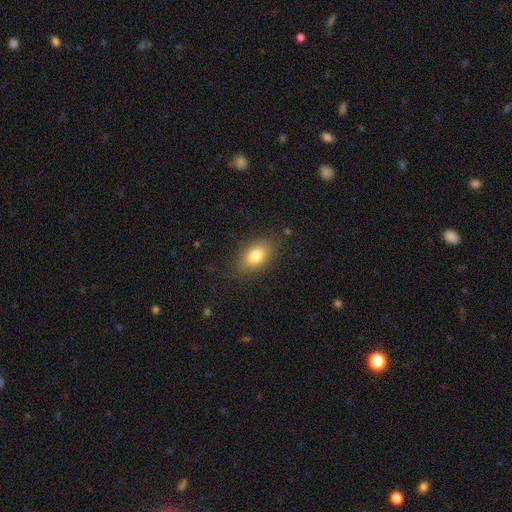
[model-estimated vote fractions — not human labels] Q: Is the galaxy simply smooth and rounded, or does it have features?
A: smooth — 77%.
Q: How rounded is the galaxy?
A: in between — 84%.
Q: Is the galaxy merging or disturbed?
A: none — 82%.